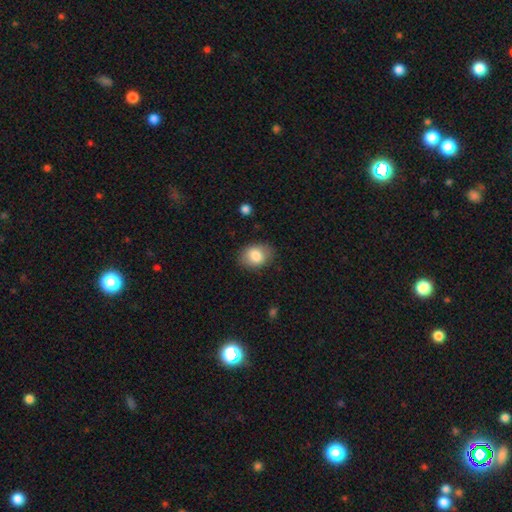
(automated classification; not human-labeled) A smooth galaxy with no disk features (83%) that is in between round and cigar-shaped (68%). Merging: none (82%).